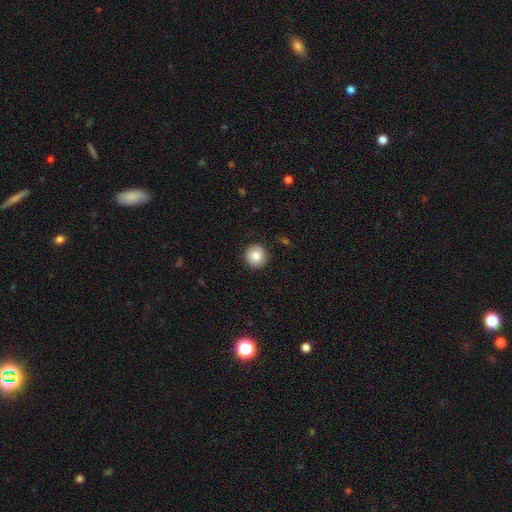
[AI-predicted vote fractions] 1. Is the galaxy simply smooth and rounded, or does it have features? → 85% smooth, 8% star or artifact, 7% featured or disk.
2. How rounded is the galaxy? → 92% round, 7% in between, 1% cigar-shaped.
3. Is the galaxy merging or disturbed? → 89% none, 8% minor disturbance, 2% major disturbance, 1% merger.